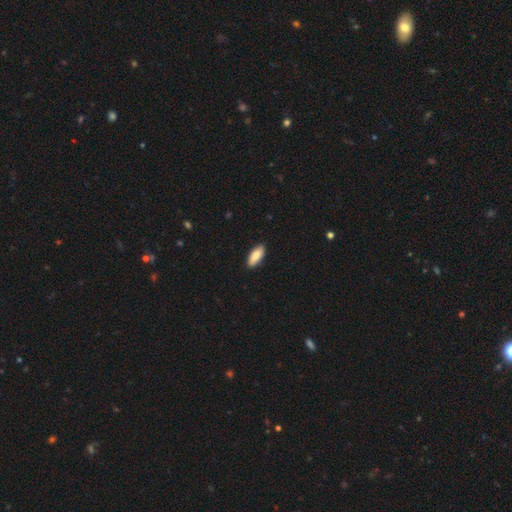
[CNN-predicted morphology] This appears to be a smooth galaxy with no disk features (88%) that is in between round and cigar-shaped (82%). Merging: none (89%).